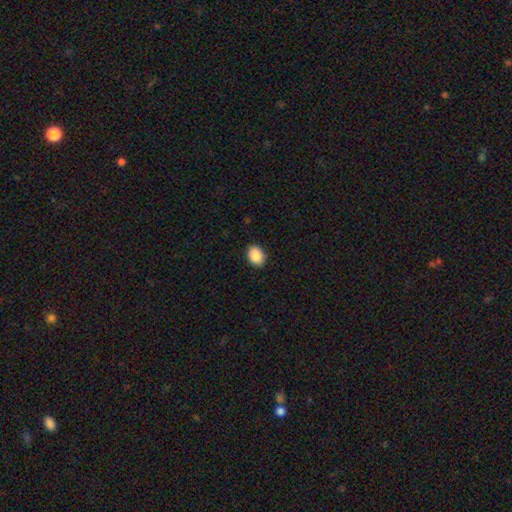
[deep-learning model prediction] This appears to be a smooth galaxy with no disk features (89%) that is in between round and cigar-shaped (67%). Merging: none (89%).